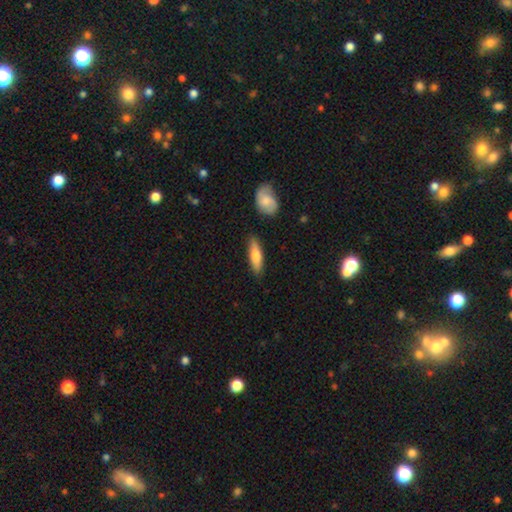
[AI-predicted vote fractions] Smooth or featured? smooth (70%)
How rounded? cigar-shaped (59%)
Merging? none (83%)